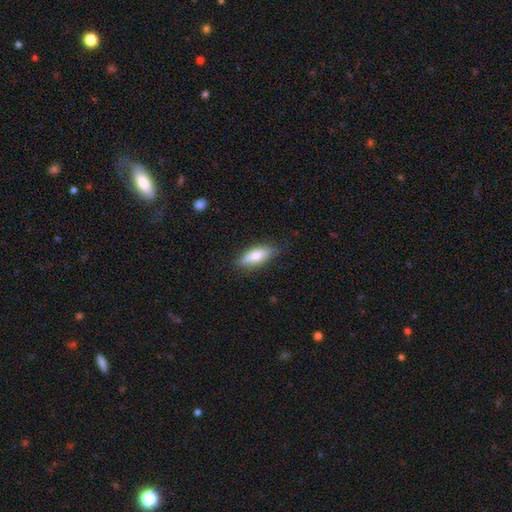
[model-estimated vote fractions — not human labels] The model was most divided on "how rounded": in between: 61%, cigar-shaped: 36%, round: 3%. More confident: merging — none (80%); smooth or featured — smooth (67%).